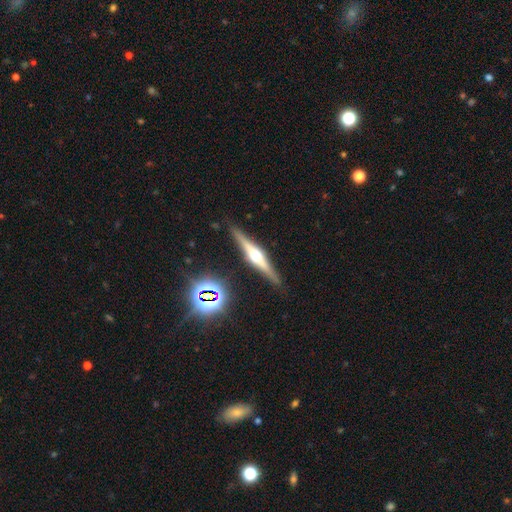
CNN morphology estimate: Overall: featured or disk (78%). Edge-on disk: yes (98%). Edge-on bulge: rounded (92%). Merging: none (89%).